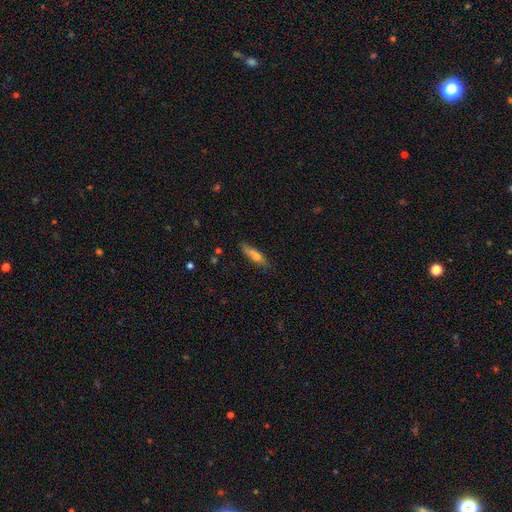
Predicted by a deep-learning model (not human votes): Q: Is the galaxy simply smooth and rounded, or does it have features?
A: smooth — 64%.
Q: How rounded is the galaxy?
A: cigar-shaped — 77%.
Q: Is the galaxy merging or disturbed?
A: none — 77%.